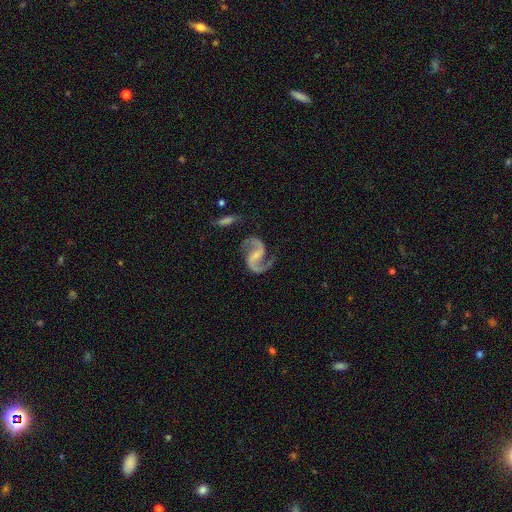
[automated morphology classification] smooth-or-featured: featured or disk: 93% | star or artifact: 4% | smooth: 3%
  disk-edge-on: no: 98% | yes: 2%
    bar: weak: 44% | no: 30% | strong: 26%
    has-spiral-arms: yes: 98% | no: 2%
      spiral-winding: medium: 53% | loose: 38% | tight: 9%
      spiral-arm-count: 2: 94% | 1: 2% | can't tell: 1% | 3: 1% | 4: 1% | more than 4: 1%
    bulge-size: small: 57% | none: 20% | moderate: 20% | large: 2% | dominant: 1%
  merging: none: 74% | minor disturbance: 15% | major disturbance: 8% | merger: 3%